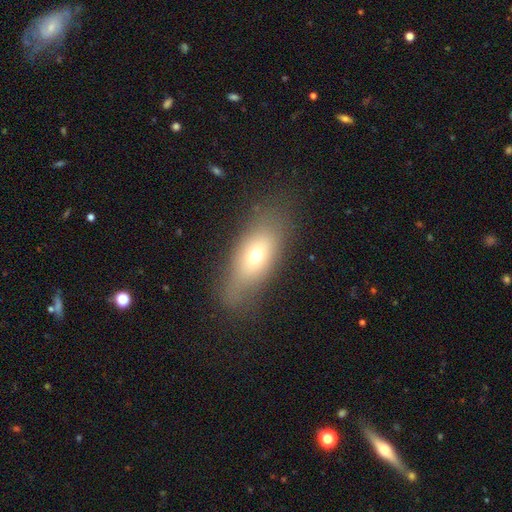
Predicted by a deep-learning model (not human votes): Smooth or featured? smooth (62%)
How rounded? in between (76%)
Merging? none (72%)